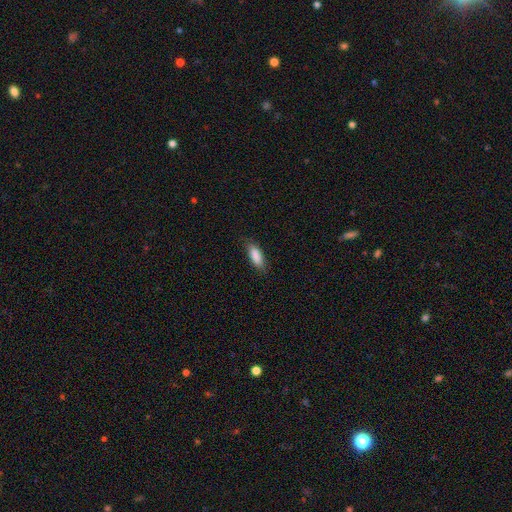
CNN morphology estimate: smooth_or_featured: smooth (p=0.87) [alt: featured or disk p=0.07]
how_rounded: in between (p=0.69) [alt: cigar-shaped p=0.30]
merging: none (p=0.80) [alt: minor disturbance p=0.16]